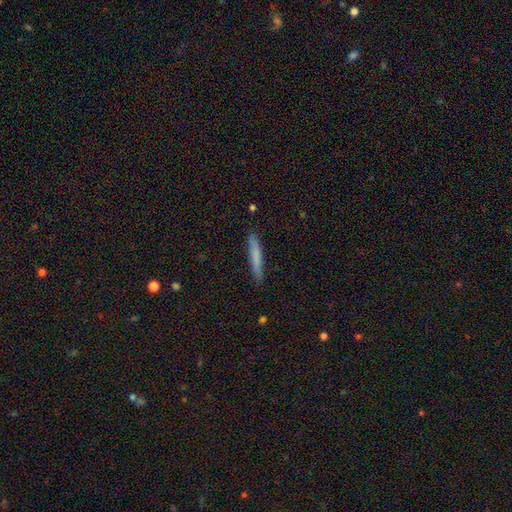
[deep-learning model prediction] A smooth galaxy with no disk features (73%) that is cigar-shaped (95%). Merging: none (87%).